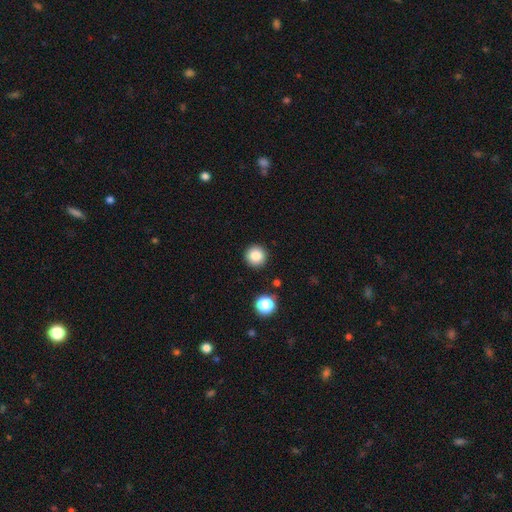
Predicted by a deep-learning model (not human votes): Overall: smooth (85%). How rounded: round (95%). Merging: none (91%).